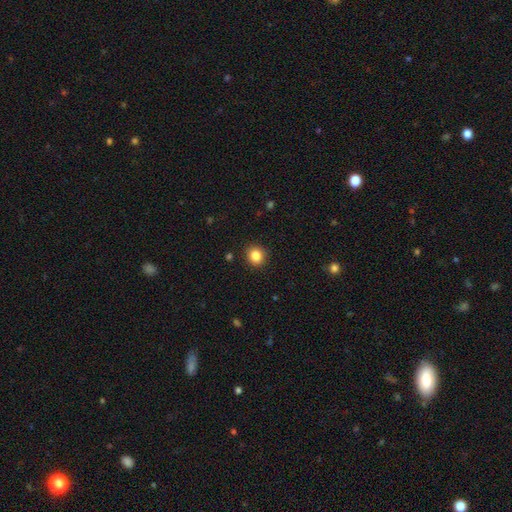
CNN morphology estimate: Smooth or featured?
  - smooth: 85% *
  - star or artifact: 11%
  - featured or disk: 5%
How rounded?
  - round: 88% *
  - in between: 11%
  - cigar-shaped: 1%
Merging?
  - none: 91% *
  - minor disturbance: 6%
  - major disturbance: 2%
  - merger: 1%